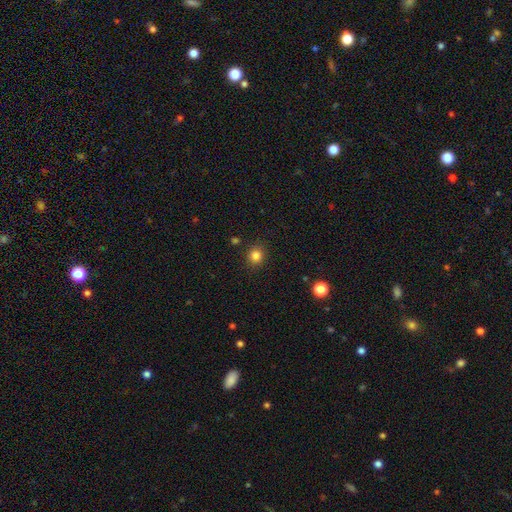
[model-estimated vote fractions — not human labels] smooth-or-featured: smooth: 83% | star or artifact: 12% | featured or disk: 5%
  how-rounded: round: 82% | in between: 17% | cigar-shaped: 1%
  merging: none: 89% | minor disturbance: 7% | major disturbance: 2% | merger: 2%